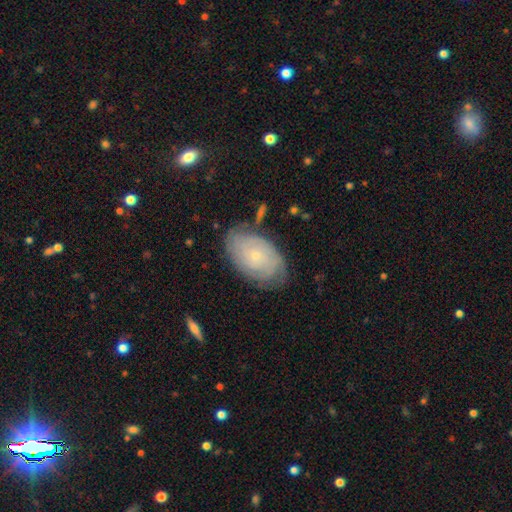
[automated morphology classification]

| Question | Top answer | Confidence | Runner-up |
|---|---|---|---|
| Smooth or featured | featured or disk | 67% | smooth (25%) |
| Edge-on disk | no | 95% | yes (5%) |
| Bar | no | 84% | weak (14%) |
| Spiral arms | yes | 87% | no (13%) |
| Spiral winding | tight | 76% | medium (18%) |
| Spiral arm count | can't tell | 52% | 2 (19%) |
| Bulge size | small | 83% | moderate (13%) |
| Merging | none | 73% | minor disturbance (19%) |